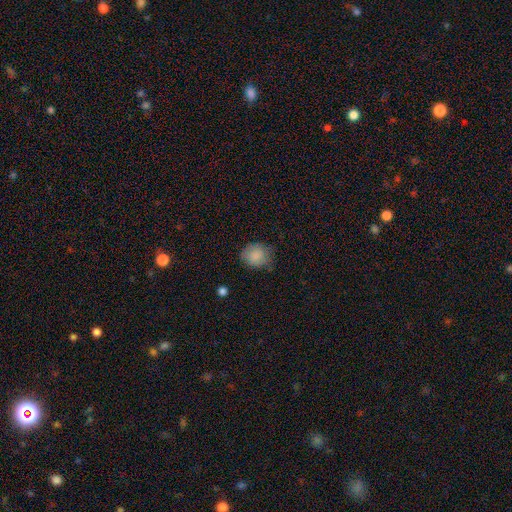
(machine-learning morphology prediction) Smooth or featured? smooth (85%)
How rounded? round (73%)
Merging? none (68%)